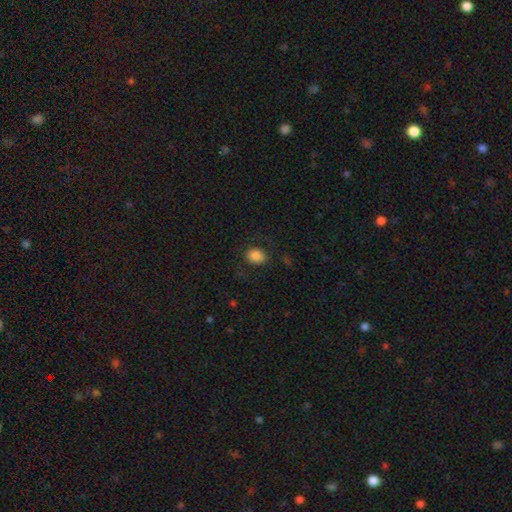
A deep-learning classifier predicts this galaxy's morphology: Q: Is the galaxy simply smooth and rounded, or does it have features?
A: smooth — 84%.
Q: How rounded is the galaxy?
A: round — 52%.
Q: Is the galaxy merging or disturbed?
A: none — 81%.